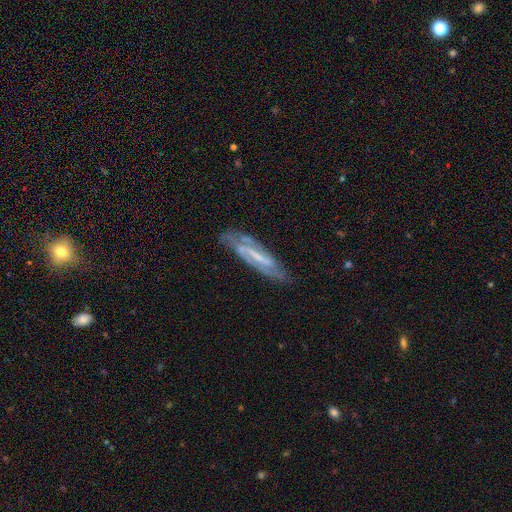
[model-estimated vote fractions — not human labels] Smooth or featured: featured or disk — 77% (smooth — 16%)
Edge-on disk: no — 71% (yes — 29%)
Bar: strong — 53% (weak — 32%)
Spiral arms: yes — 86% (no — 14%)
Bulge size: small — 44% (none — 33%)
Merging: none — 75% (minor disturbance — 17%)